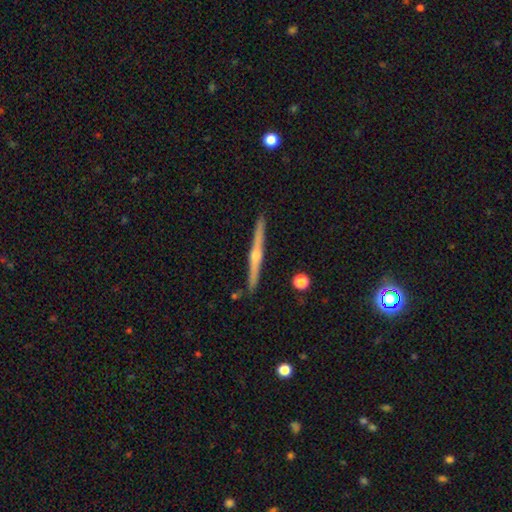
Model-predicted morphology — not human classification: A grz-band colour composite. It shows a featured or disk galaxy (80%) viewed edge-on (98%) with a rounded central bulge (84%). Merging: none (90%).